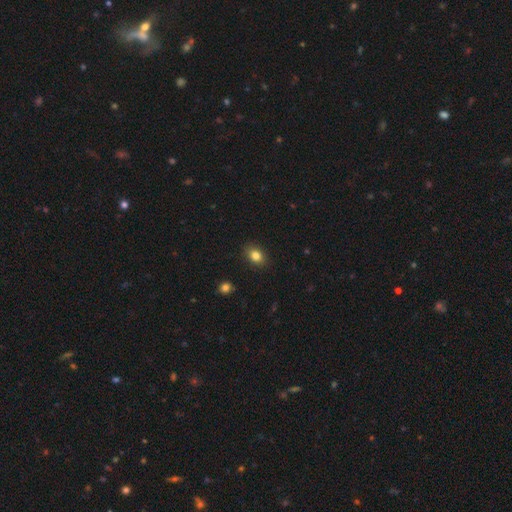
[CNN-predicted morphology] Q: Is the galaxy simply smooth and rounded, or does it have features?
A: smooth — 84%.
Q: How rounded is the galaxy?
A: in between — 70%.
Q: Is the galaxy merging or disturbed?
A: none — 87%.